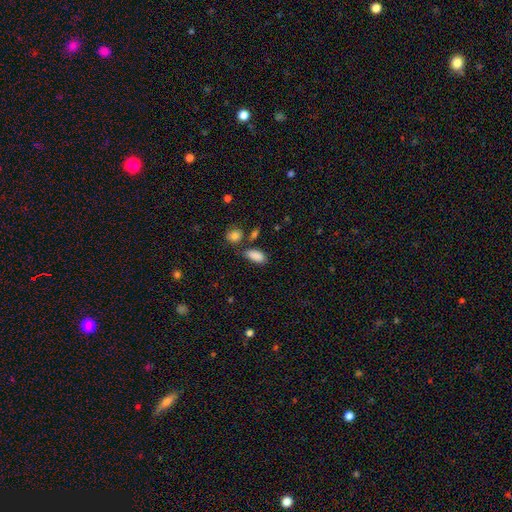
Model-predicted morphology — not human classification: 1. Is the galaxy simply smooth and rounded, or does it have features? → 88% smooth, 8% star or artifact, 5% featured or disk.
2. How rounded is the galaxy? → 88% in between, 9% cigar-shaped, 4% round.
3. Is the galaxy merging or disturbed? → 68% none, 16% minor disturbance, 11% merger, 5% major disturbance.